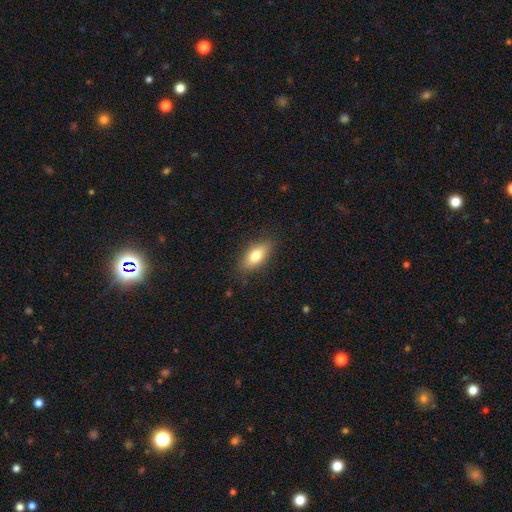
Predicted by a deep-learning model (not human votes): Smooth or featured? smooth (76%)
How rounded? in between (78%)
Merging? none (85%)